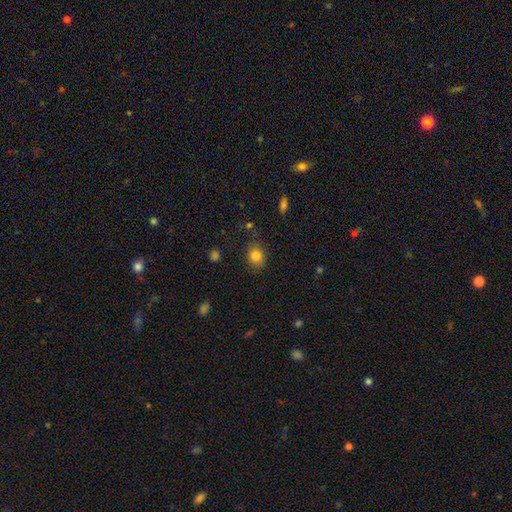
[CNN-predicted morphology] Q: Smooth or featured?
A: smooth (82%); runner-up: star or artifact (11%)
Q: How rounded?
A: round (51%); runner-up: in between (48%)
Q: Merging?
A: none (78%); runner-up: minor disturbance (15%)